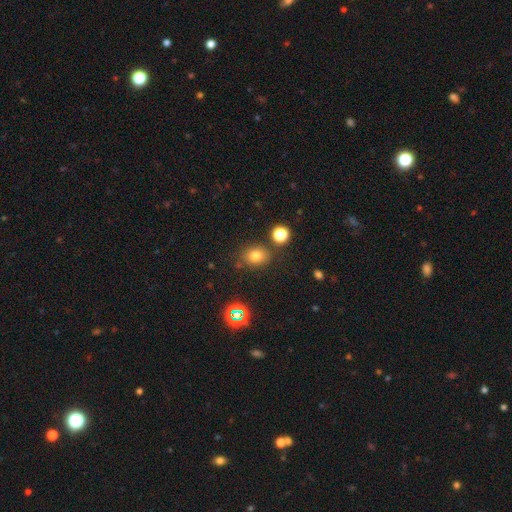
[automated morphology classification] Smooth or featured? smooth (74%)
How rounded? round (54%)
Merging? none (78%)